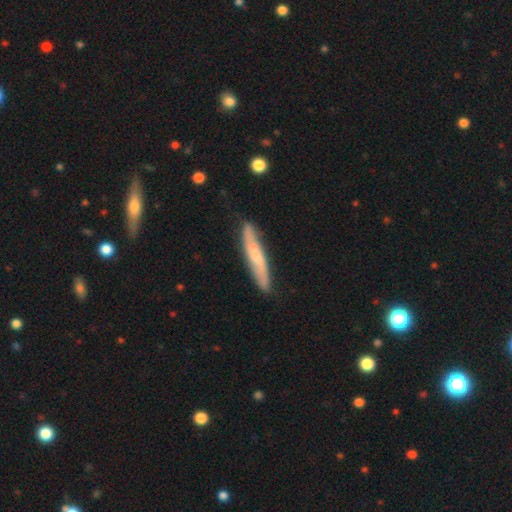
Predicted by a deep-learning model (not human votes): This appears to be a featured or disk galaxy (57%) viewed edge-on (62%). Merging: none (83%).